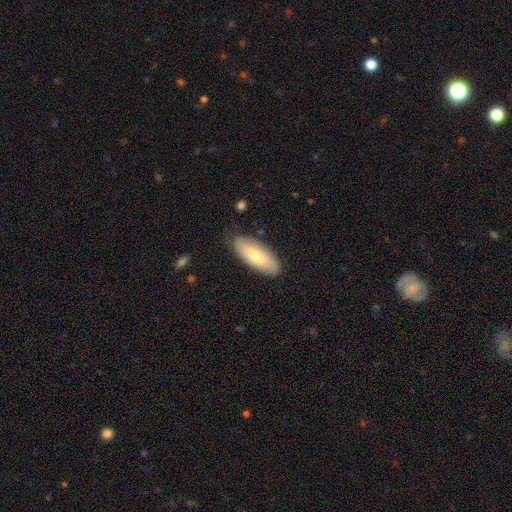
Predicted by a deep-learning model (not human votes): smooth-or-featured: smooth: 69% | featured or disk: 25% | star or artifact: 6%
  how-rounded: in between: 79% | cigar-shaped: 19% | round: 2%
  merging: none: 79% | minor disturbance: 16% | major disturbance: 3% | merger: 1%